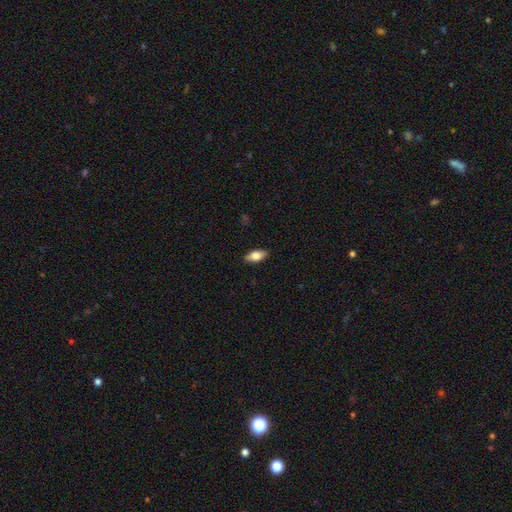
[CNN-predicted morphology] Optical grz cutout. It shows a smooth galaxy with no disk features (75%) that is in between round and cigar-shaped (86%). Merging: none (89%).